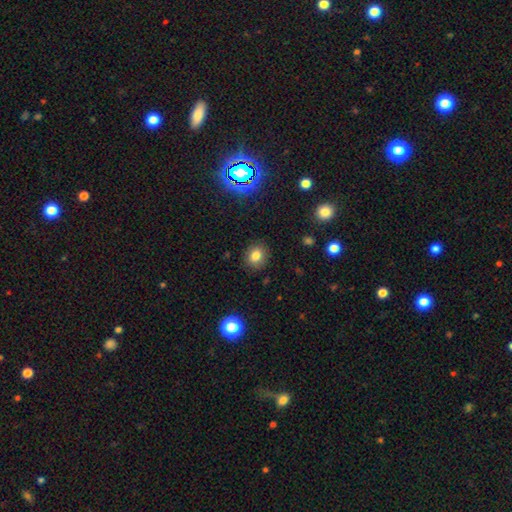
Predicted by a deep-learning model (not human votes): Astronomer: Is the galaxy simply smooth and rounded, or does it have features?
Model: smooth — 79%.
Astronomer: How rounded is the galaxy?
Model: round — 64%.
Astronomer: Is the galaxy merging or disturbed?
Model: none — 87%.